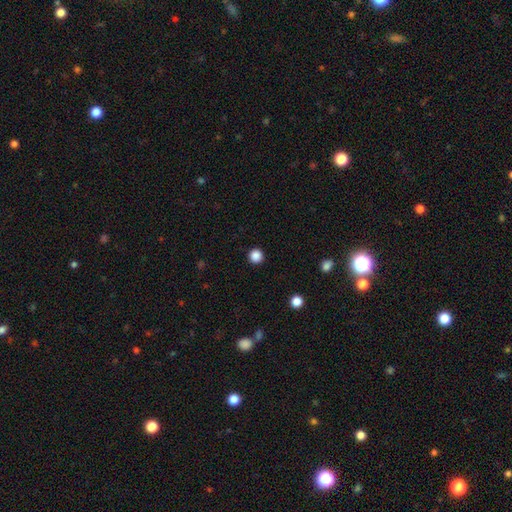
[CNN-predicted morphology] Smooth or featured? smooth (86%)
How rounded? round (96%)
Merging? none (93%)